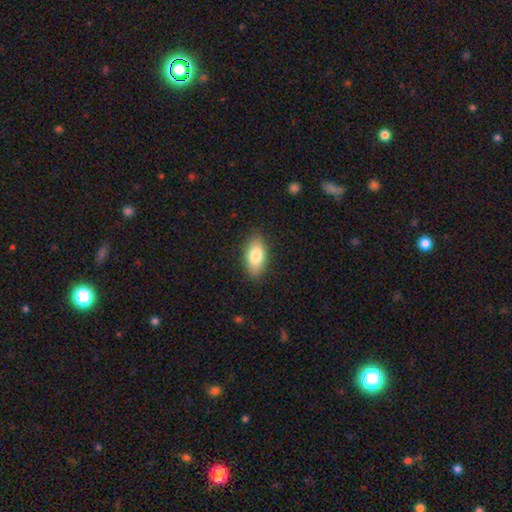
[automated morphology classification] Smooth or featured? Predicted: smooth (p=0.82). How rounded? Predicted: in between (p=0.90). Merging? Predicted: none (p=0.87).